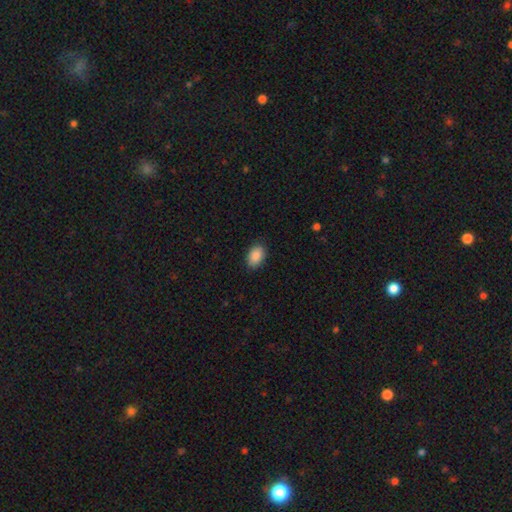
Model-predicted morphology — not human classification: smooth_or_featured: smooth (p=0.89) [alt: star or artifact p=0.07]
how_rounded: in between (p=0.87) [alt: round p=0.12]
merging: none (p=0.86) [alt: minor disturbance p=0.11]